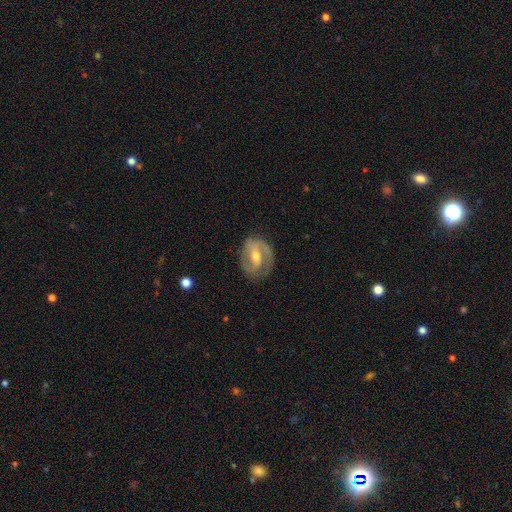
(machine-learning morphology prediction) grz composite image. It shows a featured or disk galaxy (81%) with a weak bar (42%), 2 (80%) medium (47%) spiral arms (90%) and a moderate central bulge (58%). Merging: none (76%).